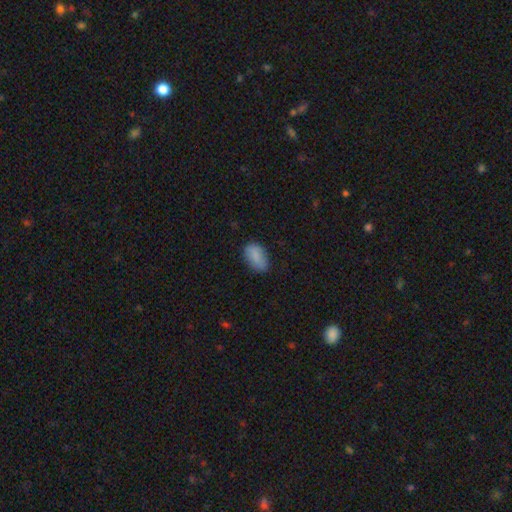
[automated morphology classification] smooth-or-featured: smooth: 86% | star or artifact: 7% | featured or disk: 6%
  how-rounded: in between: 92% | round: 7% | cigar-shaped: 2%
  merging: none: 76% | minor disturbance: 19% | major disturbance: 4% | merger: 1%